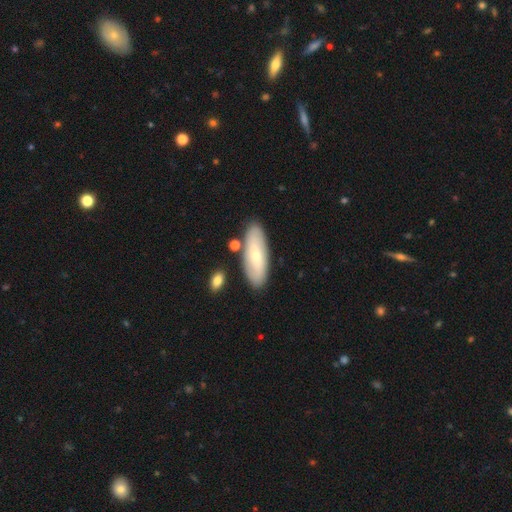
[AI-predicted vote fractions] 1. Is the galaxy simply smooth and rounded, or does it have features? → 57% smooth, 37% featured or disk, 6% star or artifact.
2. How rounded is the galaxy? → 65% in between, 33% cigar-shaped, 2% round.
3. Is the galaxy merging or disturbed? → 83% none, 10% minor disturbance, 5% merger, 2% major disturbance.